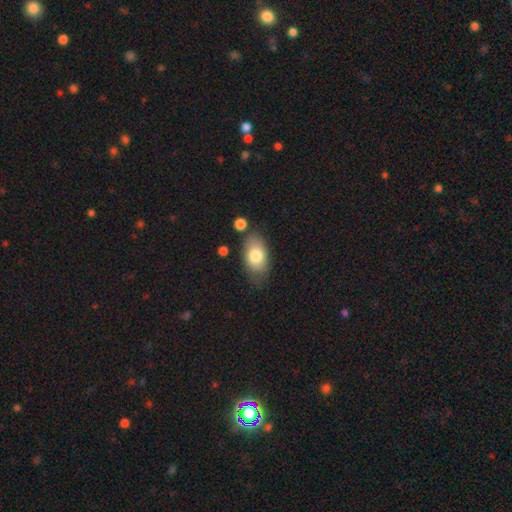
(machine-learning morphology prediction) type=smooth (79%); roundness=in between (91%); merging=none (70%).